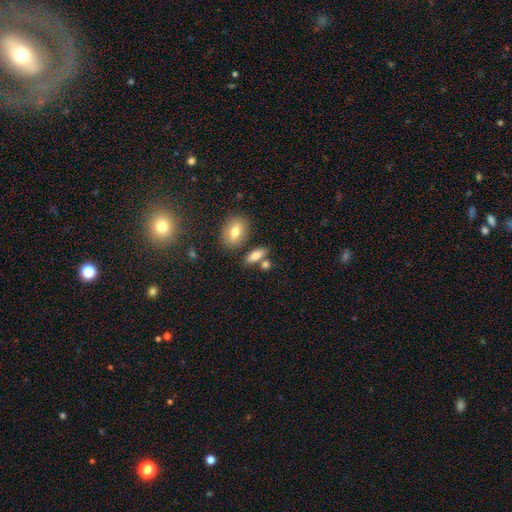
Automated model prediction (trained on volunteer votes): Smooth or featured?
  - smooth: 78% *
  - featured or disk: 14%
  - star or artifact: 9%
How rounded?
  - in between: 71% *
  - cigar-shaped: 21%
  - round: 8%
Merging?
  - none: 66% *
  - merger: 18%
  - minor disturbance: 12%
  - major disturbance: 4%